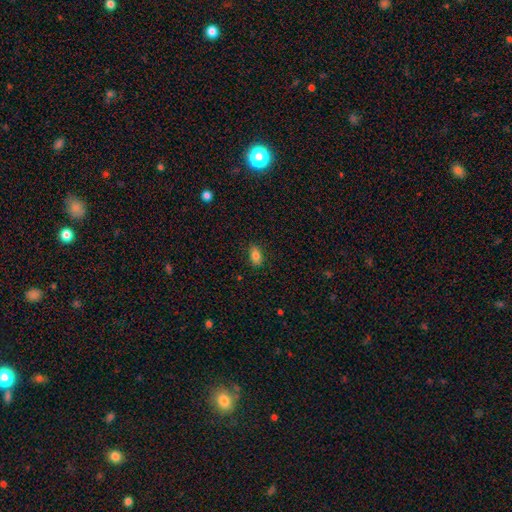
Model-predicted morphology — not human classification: Smooth or featured?
  - smooth: 83% *
  - star or artifact: 9%
  - featured or disk: 8%
How rounded?
  - in between: 88% *
  - round: 7%
  - cigar-shaped: 5%
Merging?
  - none: 83% *
  - minor disturbance: 13%
  - major disturbance: 3%
  - merger: 1%